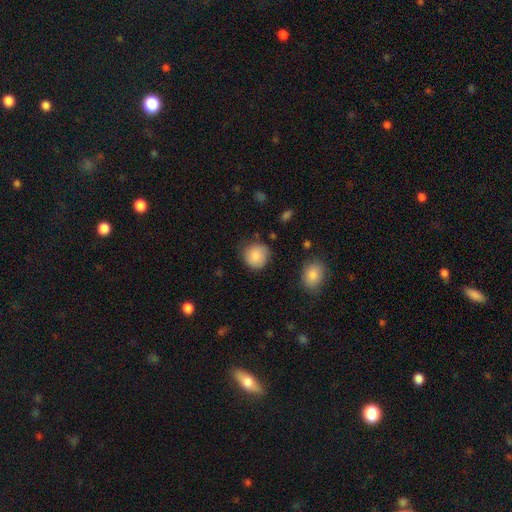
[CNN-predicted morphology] Smooth or featured? Predicted: smooth (p=0.87). How rounded? Predicted: round (p=0.90). Merging? Predicted: none (p=0.77).